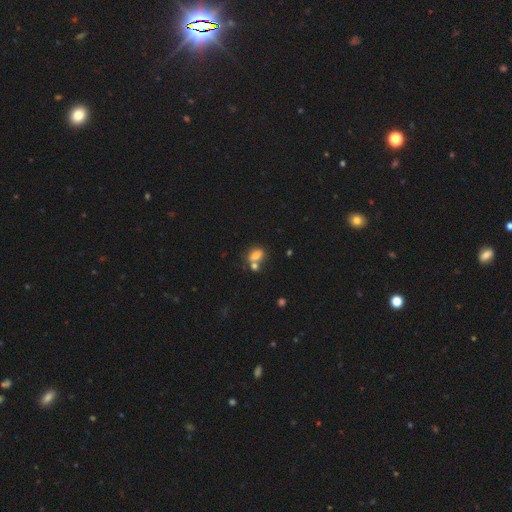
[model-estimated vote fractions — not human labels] Morphology: type=smooth (76%); roundness=in between (75%); merging=none (42%).